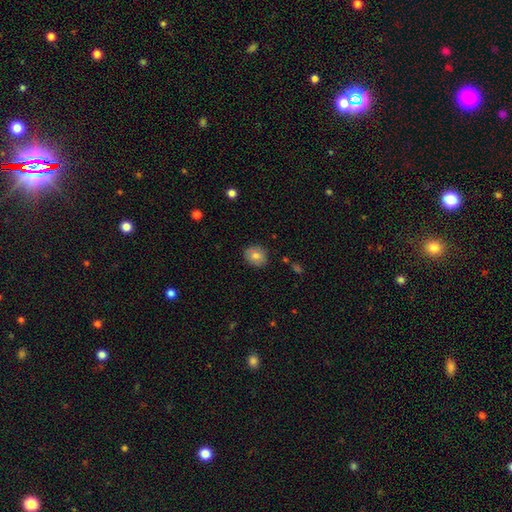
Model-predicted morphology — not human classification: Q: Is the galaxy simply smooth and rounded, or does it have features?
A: smooth — 80%.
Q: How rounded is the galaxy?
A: round — 64%.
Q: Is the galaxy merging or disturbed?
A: none — 87%.